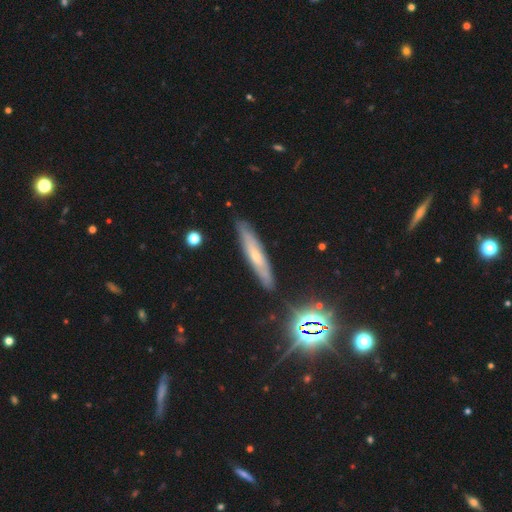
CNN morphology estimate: This appears to be a featured or disk galaxy (49%). Merging: none (85%).